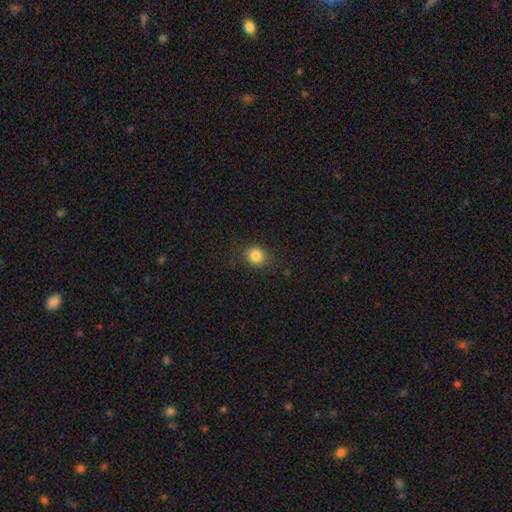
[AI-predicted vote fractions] smooth 84%, star or artifact 11%, featured or disk 5%. Down the decision tree: how rounded — round (78%); merging — none (85%).